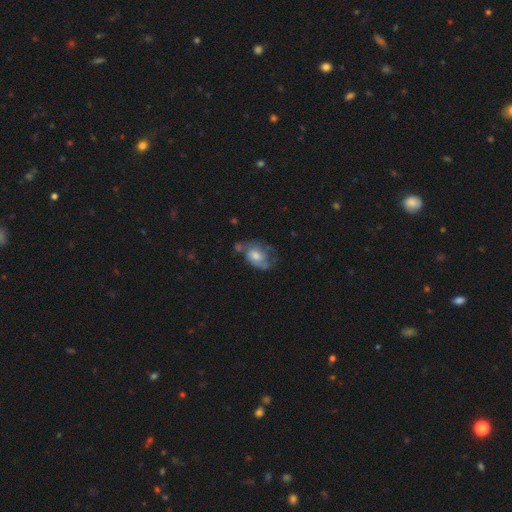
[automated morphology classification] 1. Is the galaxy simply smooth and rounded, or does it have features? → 47% featured or disk, 44% smooth, 9% star or artifact.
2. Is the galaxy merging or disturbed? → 38% none, 30% minor disturbance, 22% major disturbance, 10% merger.